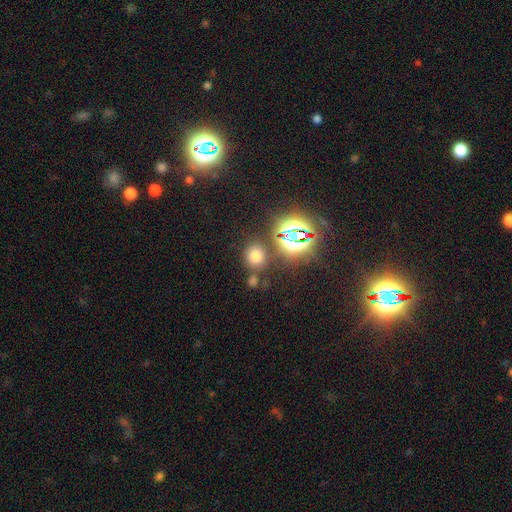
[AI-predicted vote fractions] smooth_or_featured: smooth (p=0.64) [alt: star or artifact p=0.28]
how_rounded: round (p=0.74) [alt: in between p=0.25]
merging: none (p=0.76) [alt: minor disturbance p=0.10]